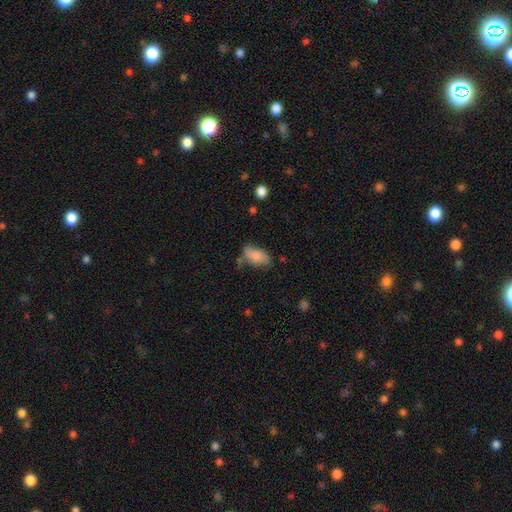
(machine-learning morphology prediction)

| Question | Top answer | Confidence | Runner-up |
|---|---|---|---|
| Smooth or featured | smooth | 78% | featured or disk (14%) |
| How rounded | in between | 91% | round (5%) |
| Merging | none | 51% | minor disturbance (30%) |